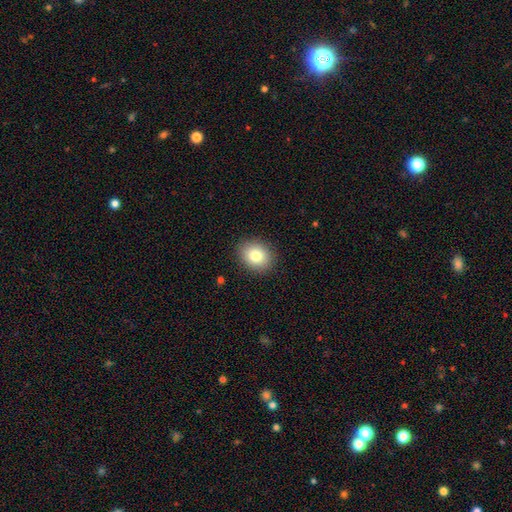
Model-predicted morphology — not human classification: type=smooth (82%); roundness=round (52%); merging=none (89%).